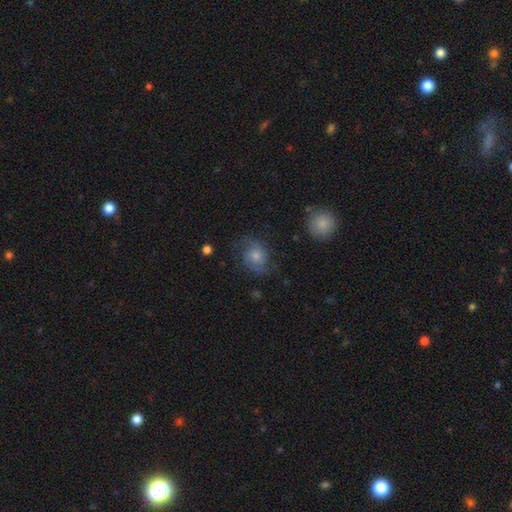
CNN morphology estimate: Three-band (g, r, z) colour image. It shows a featured or disk galaxy (61%) with no bar (73%), 2 (82%) medium (49%) spiral arms (92%) and a moderate central bulge (47%). Merging: none (72%).